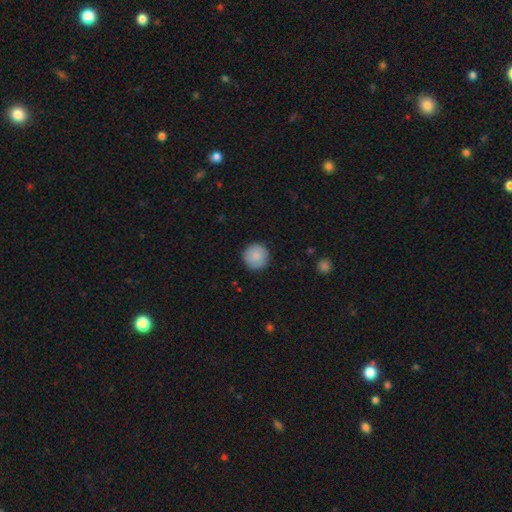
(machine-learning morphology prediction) type=smooth (88%); roundness=round (96%); merging=none (91%).